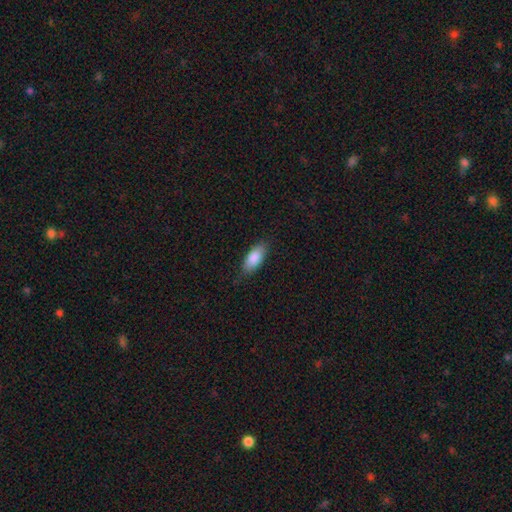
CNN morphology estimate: Smooth or featured? Predicted: smooth (p=0.86). How rounded? Predicted: in between (p=0.86). Merging? Predicted: none (p=0.79).